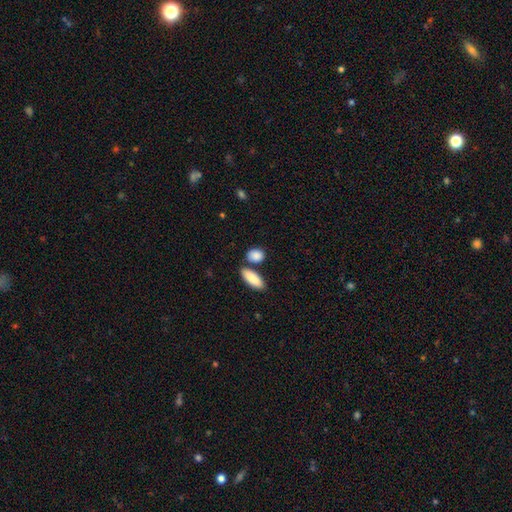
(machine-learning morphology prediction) type=smooth (88%); roundness=in between (71%); merging=none (69%).